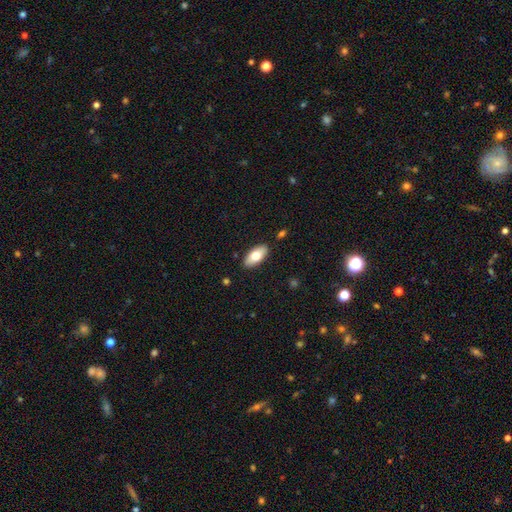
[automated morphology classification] This appears to be a smooth galaxy with no disk features (72%) that is in between round and cigar-shaped (90%). Merging: none (88%).